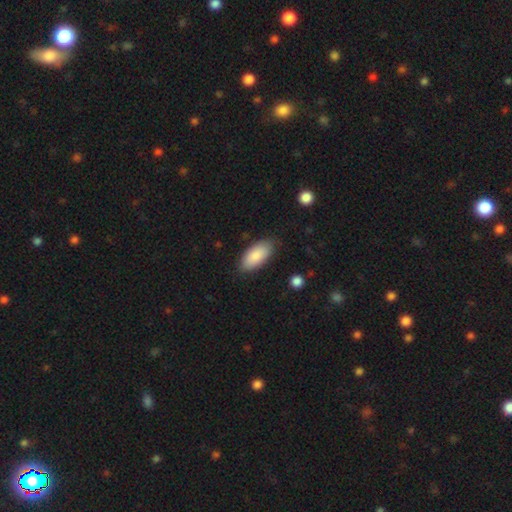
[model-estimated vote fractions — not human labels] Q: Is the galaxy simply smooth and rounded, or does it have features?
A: smooth — 86%.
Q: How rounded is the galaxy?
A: in between — 91%.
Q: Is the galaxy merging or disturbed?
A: none — 82%.